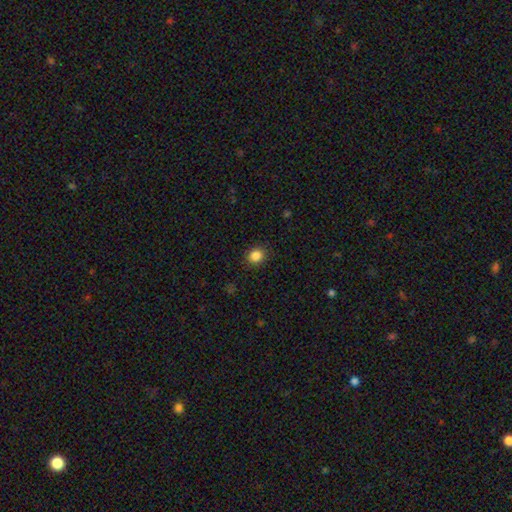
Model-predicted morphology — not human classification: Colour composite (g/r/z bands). It shows a smooth galaxy with no disk features (86%) that is round (78%). Merging: none (90%).